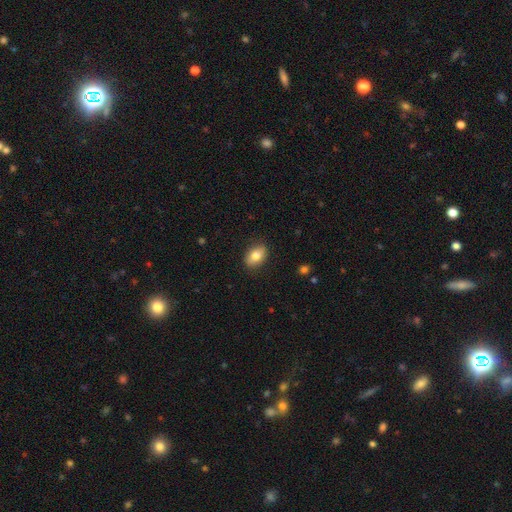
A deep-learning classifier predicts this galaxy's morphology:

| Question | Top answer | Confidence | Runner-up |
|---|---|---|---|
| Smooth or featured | smooth | 82% | featured or disk (11%) |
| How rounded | in between | 81% | round (17%) |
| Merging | none | 86% | minor disturbance (10%) |